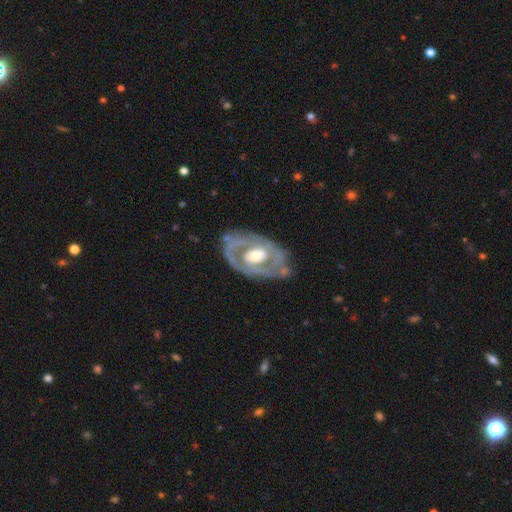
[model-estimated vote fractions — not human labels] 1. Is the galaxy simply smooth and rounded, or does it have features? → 80% featured or disk, 16% smooth, 4% star or artifact.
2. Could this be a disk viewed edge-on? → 94% no, 6% yes.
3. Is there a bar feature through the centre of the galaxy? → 58% no, 28% weak, 14% strong.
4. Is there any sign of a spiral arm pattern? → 60% yes, 40% no.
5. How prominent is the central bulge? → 64% moderate, 18% large, 15% small, 2% dominant, 1% none.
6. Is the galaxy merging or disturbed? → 68% none, 19% minor disturbance, 9% major disturbance, 3% merger.